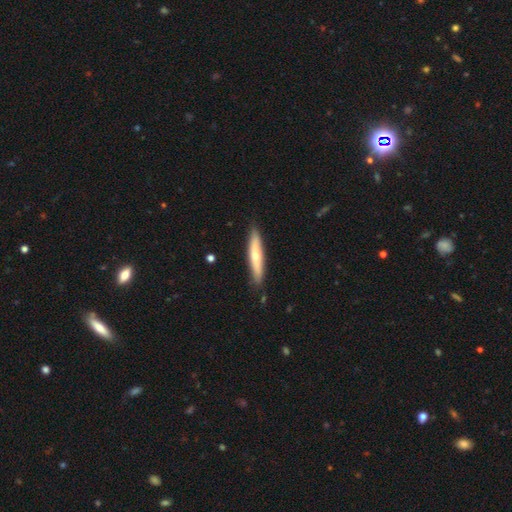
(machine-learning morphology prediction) A smooth galaxy with no disk features (60%) that is cigar-shaped (91%).

Vote fractions:
- Smooth or featured? smooth: 60% / featured or disk: 35% / star or artifact: 5%
- How rounded? cigar-shaped: 91% / in between: 8% / round: 1%
- Merging? none: 87% / minor disturbance: 10% / major disturbance: 2% / merger: 1%